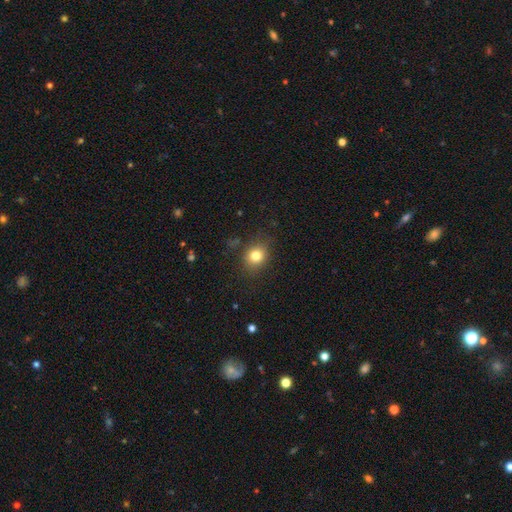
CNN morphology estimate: Smooth or featured: smooth — 80% (star or artifact — 12%)
How rounded: round — 67% (in between — 32%)
Merging: none — 84% (minor disturbance — 11%)